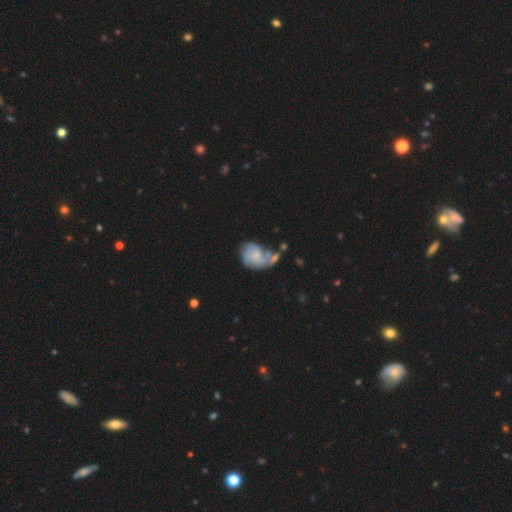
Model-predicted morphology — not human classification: Smooth or featured: featured or disk — 58% (smooth — 35%)
Edge-on disk: no — 98% (yes — 2%)
Bar: no — 71% (weak — 25%)
Spiral arms: yes — 77% (no — 23%)
Bulge size: small — 56% (moderate — 23%)
Merging: none — 28% (merger — 26%)